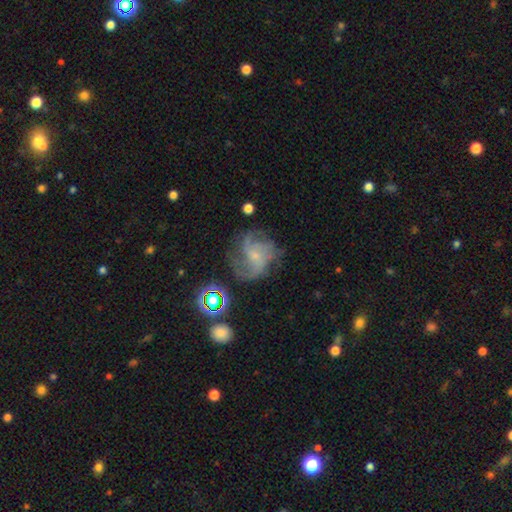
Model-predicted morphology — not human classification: Overall: featured or disk (76%). Edge-on disk: no (98%). Bar: no (68%). Spiral arms: yes (92%). Spiral arm count: 3 (33%; can't tell 23%). Spiral winding: medium (49%; loose 28%). Bulge size: small (73%). Merging: none (58%; minor disturbance 20%).